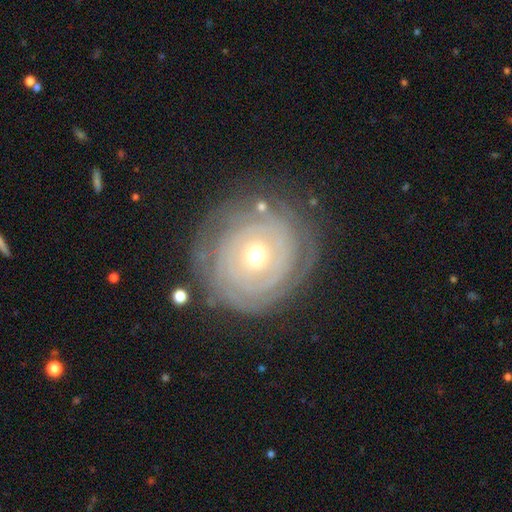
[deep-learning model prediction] smooth_or_featured: featured or disk (p=0.79) [alt: smooth p=0.14]
disk_edge_on: no (p=0.97) [alt: yes p=0.03]
bar: no (p=0.77) [alt: weak p=0.17]
has_spiral_arms: yes (p=0.86) [alt: no p=0.14]
spiral_winding: tight (p=0.86) [alt: medium p=0.10]
spiral_arm_count: can't tell (p=0.44) [alt: 2 p=0.18]
bulge_size: moderate (p=0.54) [alt: small p=0.41]
merging: none (p=0.76) [alt: minor disturbance p=0.15]